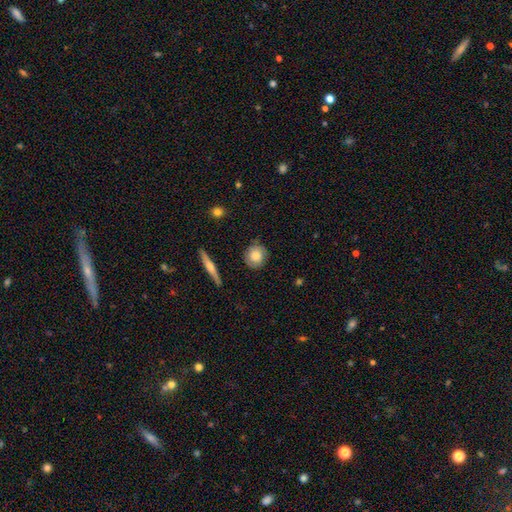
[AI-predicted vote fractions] A smooth galaxy with no disk features (62%) that is round (84%). Merging: none (78%).